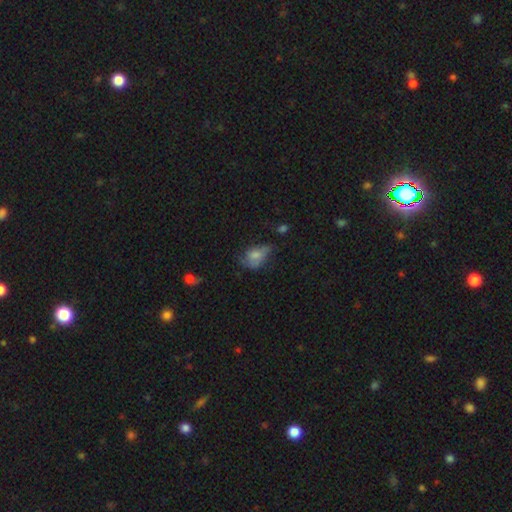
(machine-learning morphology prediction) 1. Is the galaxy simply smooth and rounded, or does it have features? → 61% smooth, 27% featured or disk, 11% star or artifact.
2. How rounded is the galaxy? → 80% in between, 18% round, 2% cigar-shaped.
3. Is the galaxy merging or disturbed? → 34% major disturbance, 33% minor disturbance, 29% none, 4% merger.